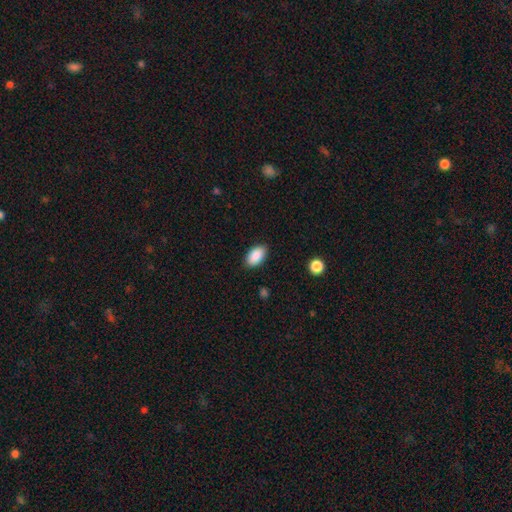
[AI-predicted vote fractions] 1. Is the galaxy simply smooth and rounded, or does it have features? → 89% smooth, 7% star or artifact, 5% featured or disk.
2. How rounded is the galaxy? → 94% in between, 4% round, 2% cigar-shaped.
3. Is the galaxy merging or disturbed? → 87% none, 10% minor disturbance, 2% major disturbance, 1% merger.